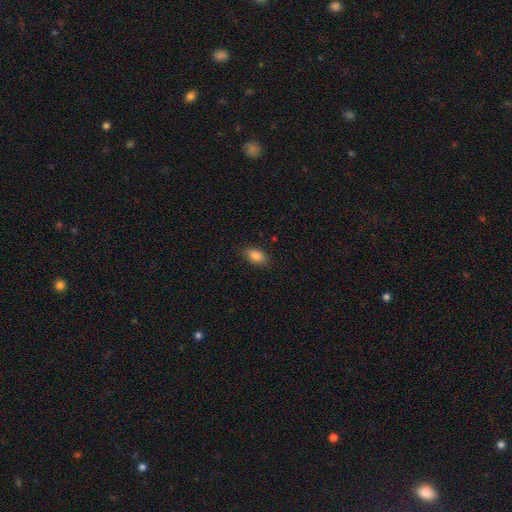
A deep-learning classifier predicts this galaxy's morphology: The model was most divided on "smooth or featured": smooth: 84%, featured or disk: 8%, star or artifact: 8%. More confident: how rounded — in between (89%); merging — none (86%).